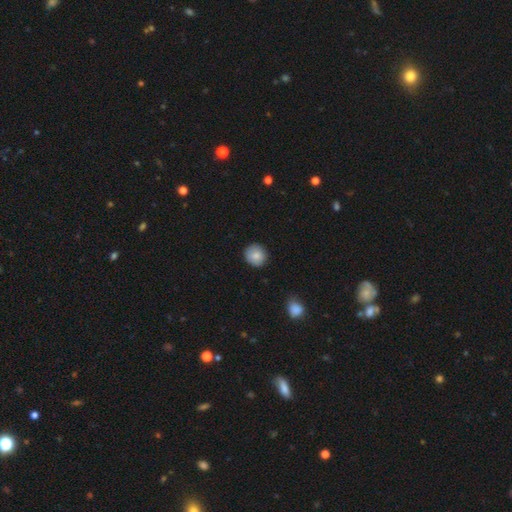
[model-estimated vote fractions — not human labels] Morphology: type=smooth (85%); roundness=round (90%); merging=none (87%).